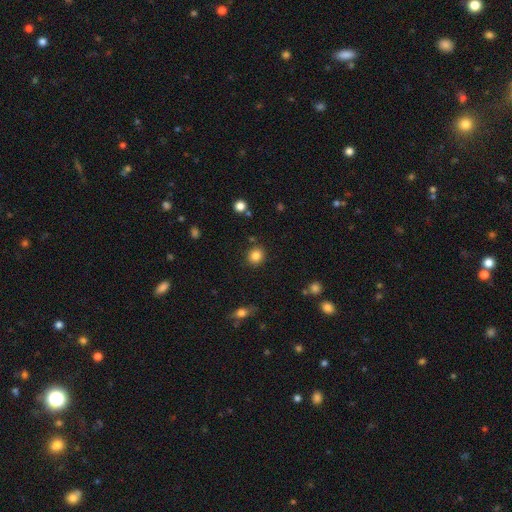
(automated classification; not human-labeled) A smooth galaxy with no disk features (84%) that is round (84%). Merging: none (88%).